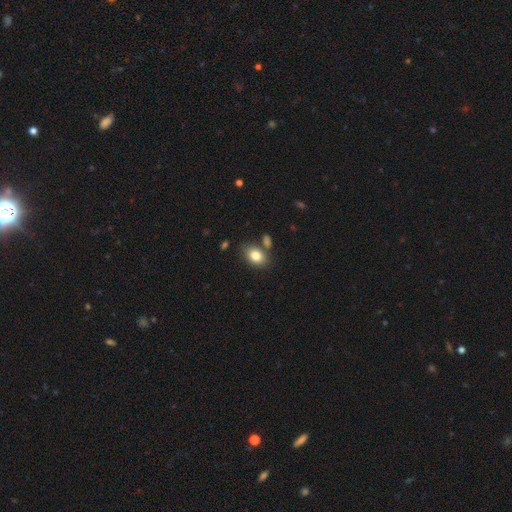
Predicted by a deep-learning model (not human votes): This is clearly a smooth galaxy (81%). How rounded: clearly in between (80%). Merging: likely none (72%).